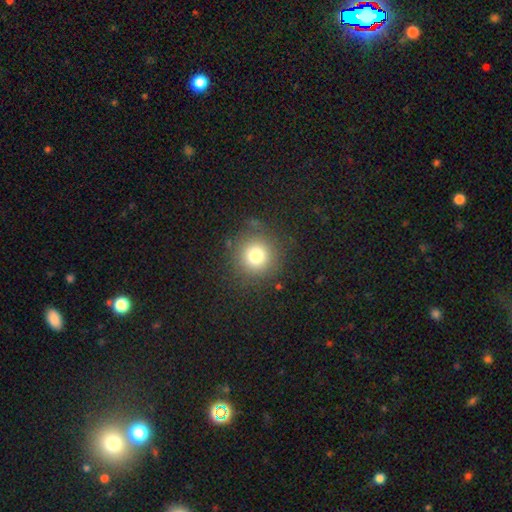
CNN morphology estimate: type=smooth (77%); roundness=round (94%); merging=none (86%).